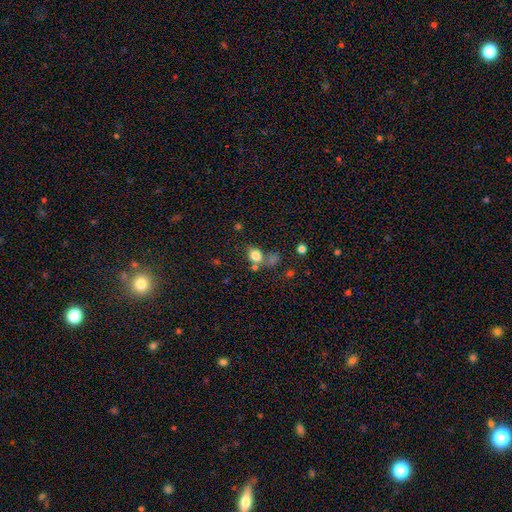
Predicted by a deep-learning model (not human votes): The model was most divided on "how rounded": round: 53%, in between: 45%, cigar-shaped: 1%. Remaining: smooth or featured — smooth (80%); merging — none (49%).